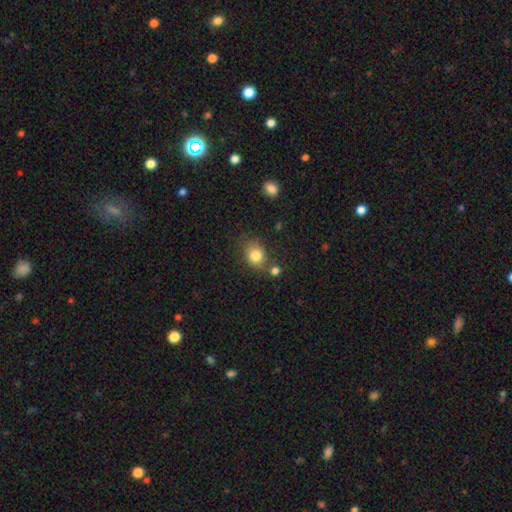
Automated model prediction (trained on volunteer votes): Smooth or featured? smooth (82%)
How rounded? round (54%)
Merging? none (63%)